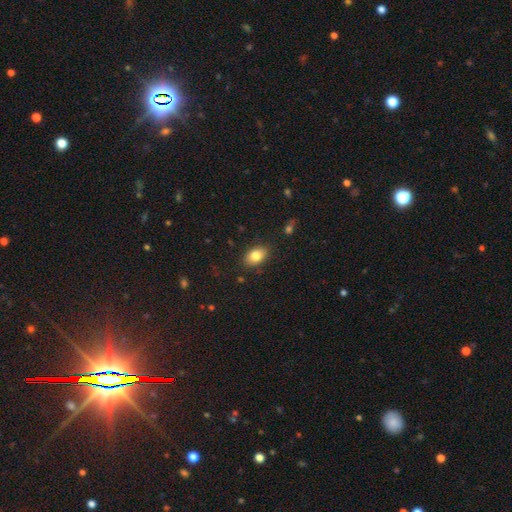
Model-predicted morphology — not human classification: Smooth or featured? smooth (82%)
How rounded? in between (84%)
Merging? none (84%)